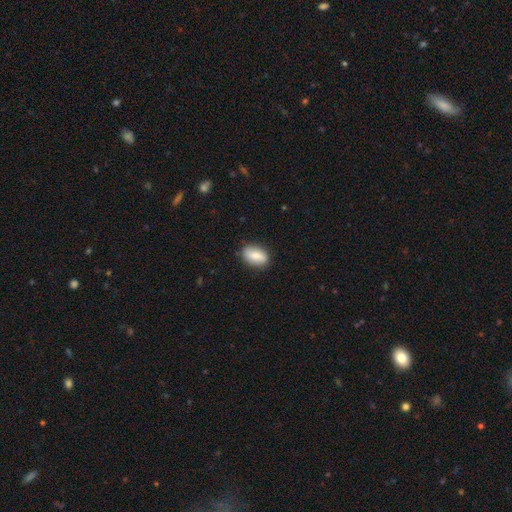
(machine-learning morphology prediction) smooth_or_featured: smooth (p=0.77) [alt: featured or disk p=0.16]
how_rounded: in between (p=0.87) [alt: round p=0.10]
merging: none (p=0.83) [alt: minor disturbance p=0.13]